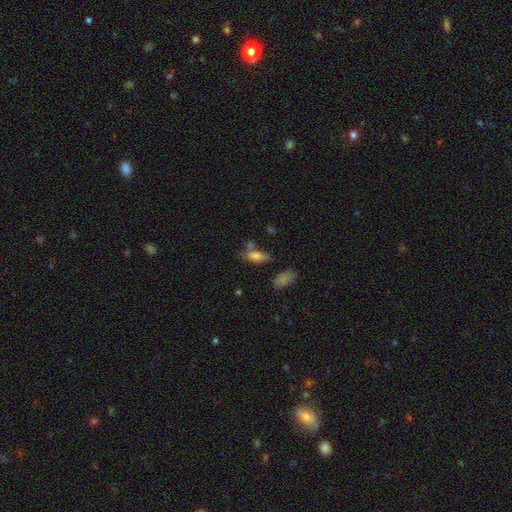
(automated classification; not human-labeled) A smooth galaxy with no disk features (76%) that is in between round and cigar-shaped (81%). Merging: none (51%).